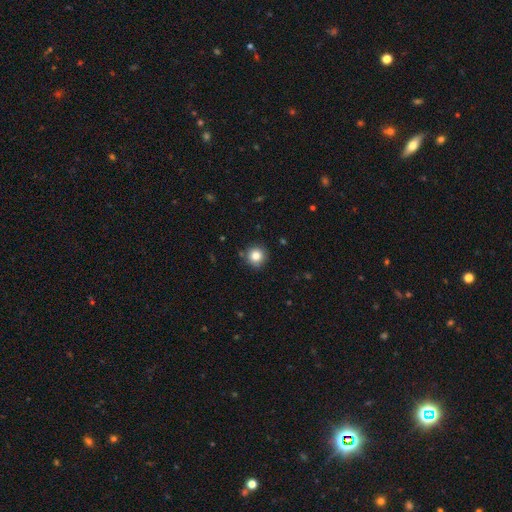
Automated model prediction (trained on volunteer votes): Smooth or featured? Predicted: smooth (p=0.84). How rounded? Predicted: round (p=0.94). Merging? Predicted: none (p=0.87).